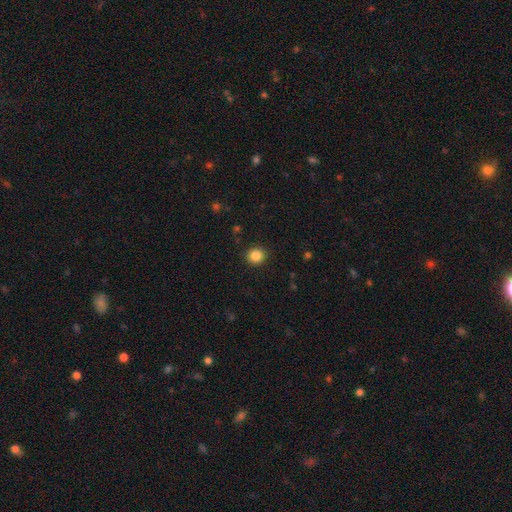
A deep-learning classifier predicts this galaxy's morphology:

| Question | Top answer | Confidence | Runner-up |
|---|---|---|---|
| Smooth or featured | smooth | 86% | star or artifact (11%) |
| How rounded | round | 91% | in between (8%) |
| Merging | none | 91% | minor disturbance (6%) |